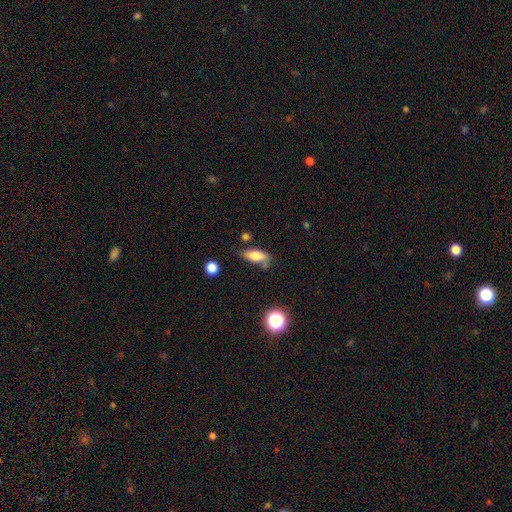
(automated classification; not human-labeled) Smooth or featured? smooth (74%)
How rounded? in between (78%)
Merging? none (55%)